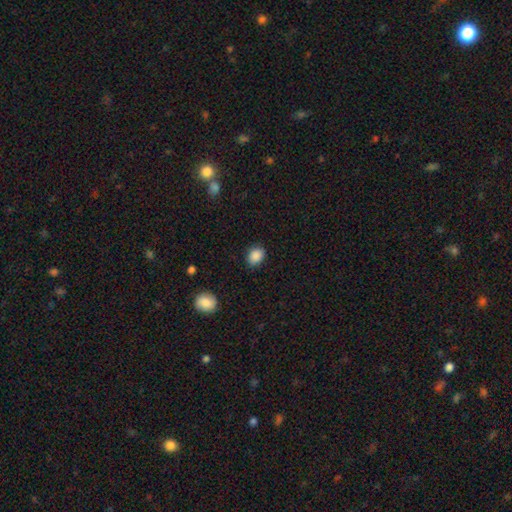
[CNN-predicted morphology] The model was most divided on "how rounded": in between: 57%, round: 42%, cigar-shaped: 1%. More confident: smooth or featured — smooth (88%); merging — none (82%).